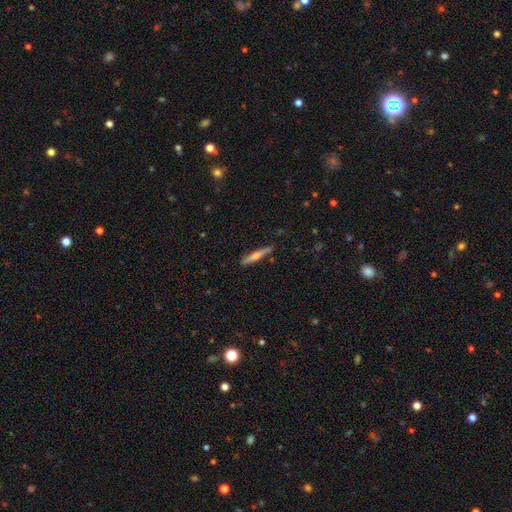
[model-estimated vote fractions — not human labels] Smooth or featured?
  - featured or disk: 54% *
  - smooth: 40%
  - star or artifact: 6%
Edge-on disk?
  - yes: 96% *
  - no: 4%
Edge-on bulge?
  - rounded: 77% *
  - none: 16%
  - boxy: 7%
Merging?
  - none: 87% *
  - minor disturbance: 9%
  - major disturbance: 2%
  - merger: 2%